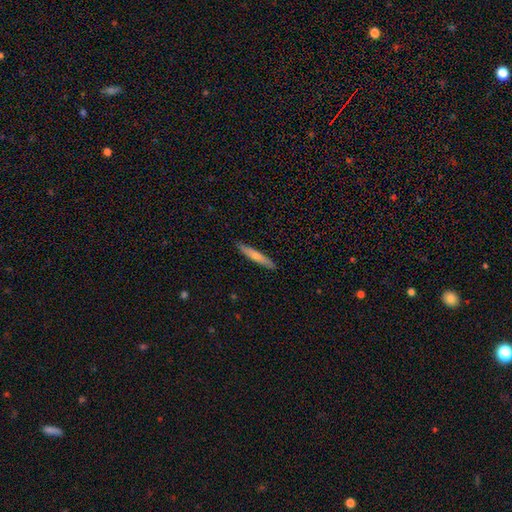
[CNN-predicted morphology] A smooth galaxy with no disk features (68%) that is cigar-shaped (91%). Merging: none (88%).